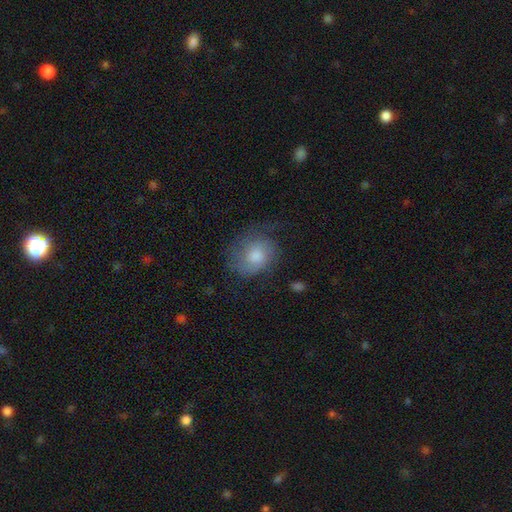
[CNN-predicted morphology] Q: Smooth or featured?
A: smooth (52%); runner-up: featured or disk (39%)
Q: How rounded?
A: round (56%); runner-up: in between (43%)
Q: Merging?
A: none (56%); runner-up: minor disturbance (26%)